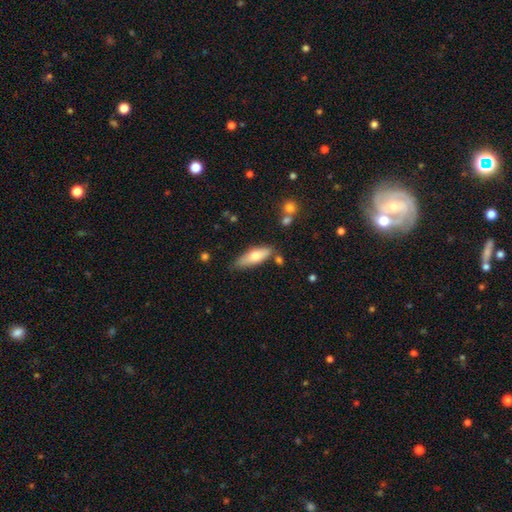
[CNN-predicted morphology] Q: Smooth or featured?
A: smooth (66%); runner-up: featured or disk (29%)
Q: How rounded?
A: in between (54%); runner-up: cigar-shaped (44%)
Q: Merging?
A: none (75%); runner-up: minor disturbance (16%)